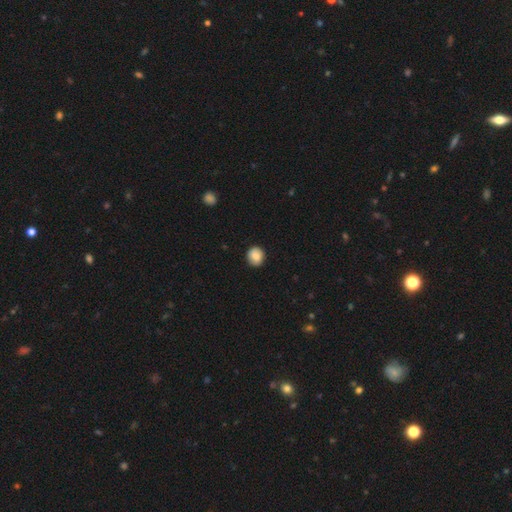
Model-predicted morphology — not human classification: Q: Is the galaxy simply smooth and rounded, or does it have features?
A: smooth — 81%.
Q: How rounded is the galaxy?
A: round — 87%.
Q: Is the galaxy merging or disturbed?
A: none — 89%.